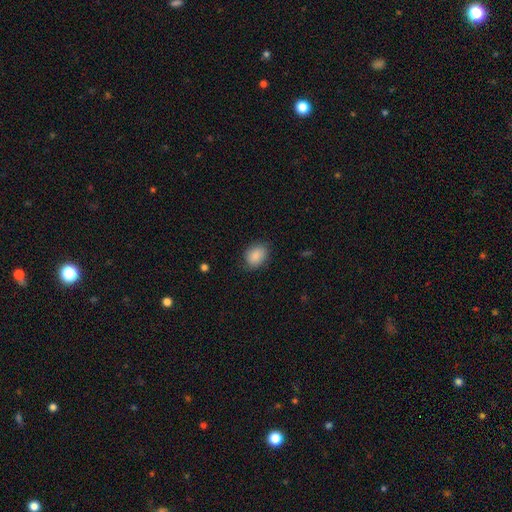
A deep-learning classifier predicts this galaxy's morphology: This is clearly a smooth galaxy (87%). How rounded: likely in between (67%). Merging: clearly none (80%).